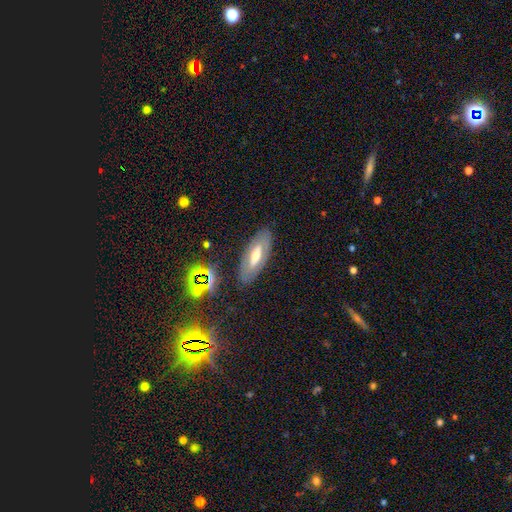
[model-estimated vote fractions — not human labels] Smooth or featured? featured or disk (54%)
Edge-on disk? no (70%)
Merging? none (84%)